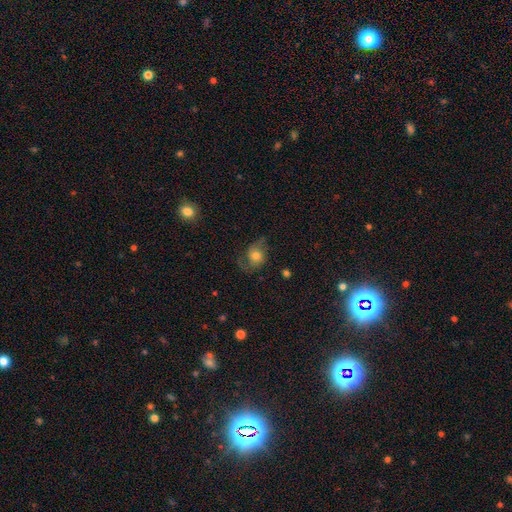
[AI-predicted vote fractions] smooth-or-featured: featured or disk: 49% | smooth: 41% | star or artifact: 10%
  merging: none: 55% | minor disturbance: 23% | major disturbance: 20% | merger: 2%